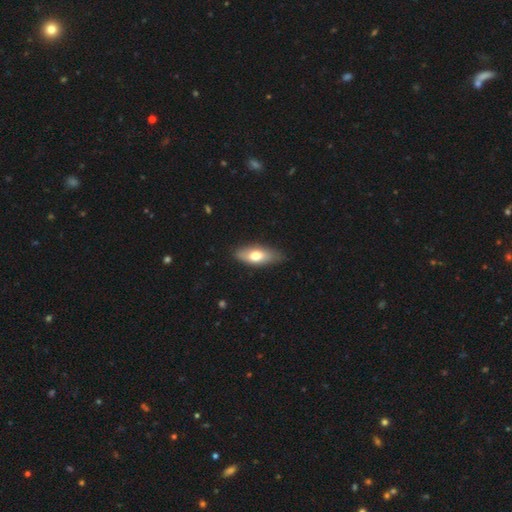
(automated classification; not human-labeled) Smooth or featured?
  - smooth: 68% *
  - featured or disk: 27%
  - star or artifact: 6%
How rounded?
  - in between: 78% *
  - cigar-shaped: 19%
  - round: 3%
Merging?
  - none: 82% *
  - minor disturbance: 15%
  - major disturbance: 2%
  - merger: 1%